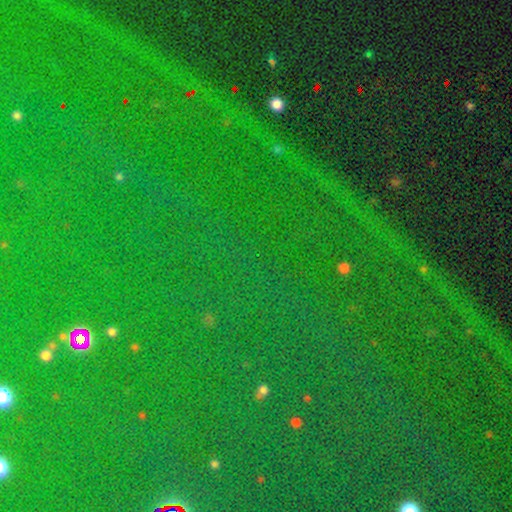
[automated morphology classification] The model was most divided on "smooth or featured": star or artifact: 86%, smooth: 8%, featured or disk: 6%.